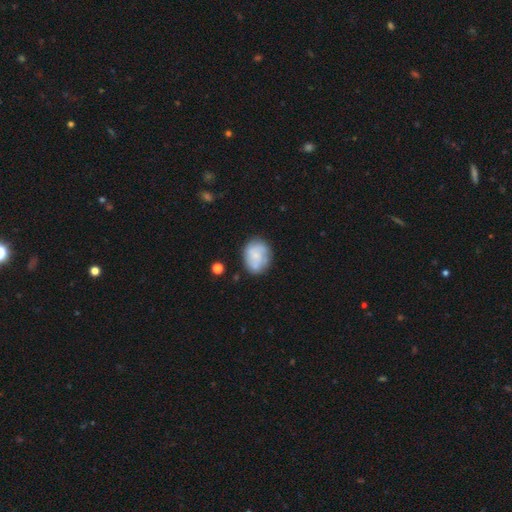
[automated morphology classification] Smooth or featured? smooth (50%)
How rounded? round (50%)
Merging? none (62%)